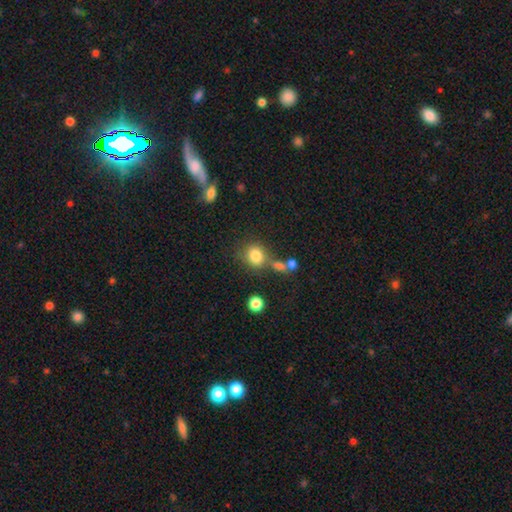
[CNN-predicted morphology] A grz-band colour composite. It shows a smooth galaxy with no disk features (81%) that is round (75%). Merging: none (61%).